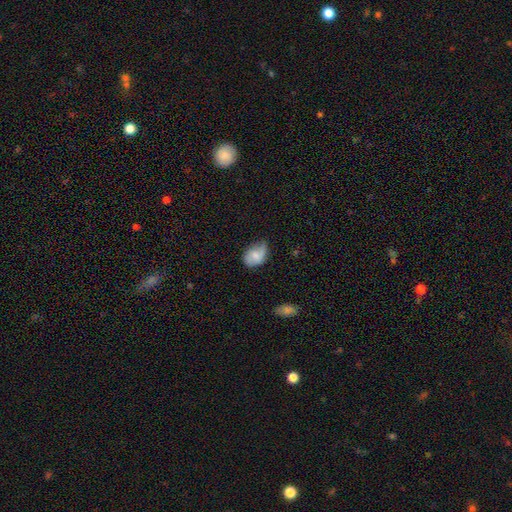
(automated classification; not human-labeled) smooth 68%, featured or disk 25%, star or artifact 7%. Down the decision tree: how rounded — in between (80%); merging — none (44%).